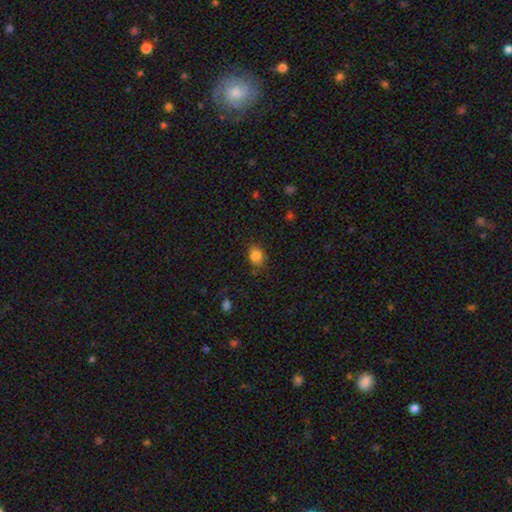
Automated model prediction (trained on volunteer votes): This is clearly a smooth galaxy (84%). How rounded: possibly in between (50%). Merging: likely none (72%).